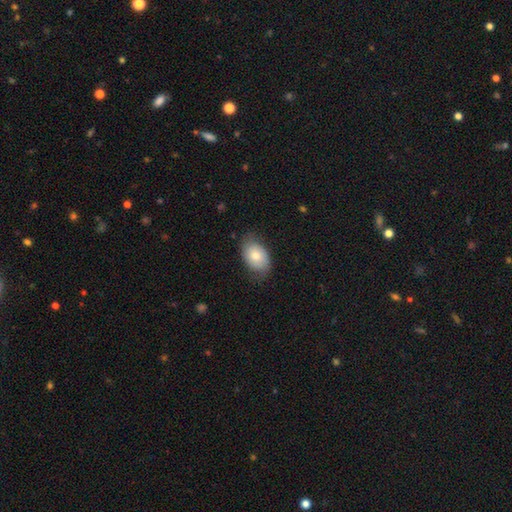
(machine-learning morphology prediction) Smooth or featured? smooth (73%)
How rounded? in between (86%)
Merging? none (70%)